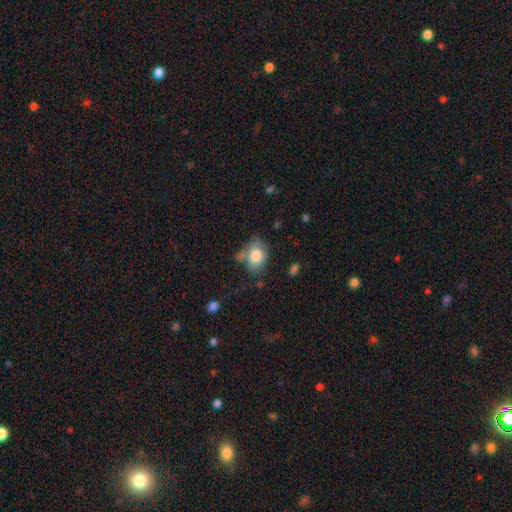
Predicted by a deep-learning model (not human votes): This is likely a smooth galaxy (80%). How rounded: clearly in between (81%). Merging: possibly none (50%).